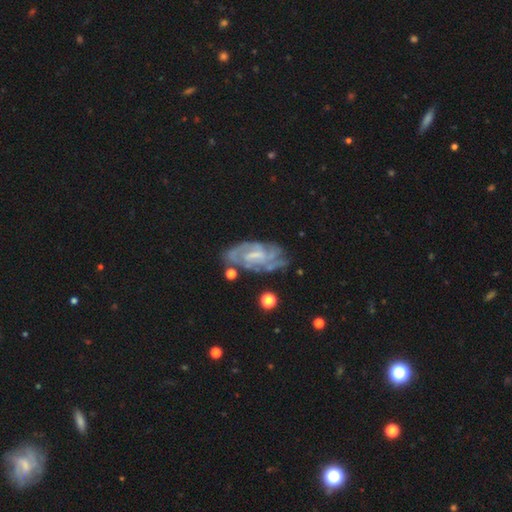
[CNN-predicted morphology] A featured or disk galaxy (83%) with a weak bar (51%), 2 (32%) tight (54%) spiral arms (93%) and a small central bulge (45%).

Vote fractions:
- Smooth or featured? featured or disk: 83% / smooth: 10% / star or artifact: 6%
- Edge-on disk? no: 95% / yes: 5%
- Bar? weak: 51% / no: 29% / strong: 20%
- Spiral arms? yes: 93% / no: 7%
- Spiral winding? tight: 54% / medium: 37% / loose: 9%
- Spiral arm count? 2: 32% / can't tell: 31% / 3: 21% / 4: 8% / 1: 4% / more than 4: 4%
- Bulge size? small: 45% / none: 28% / moderate: 23% / large: 2% / dominant: 1%
- Merging? none: 66% / minor disturbance: 20% / major disturbance: 9% / merger: 4%